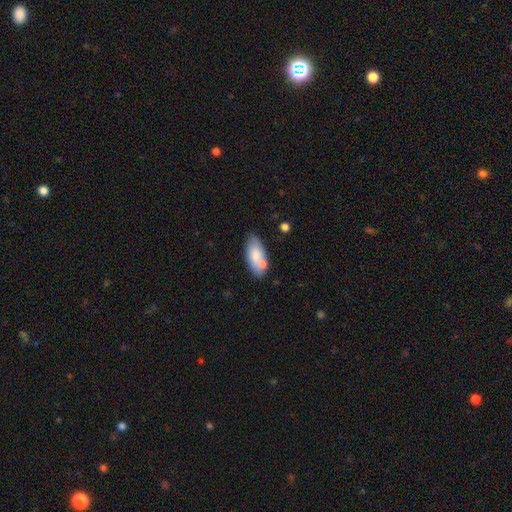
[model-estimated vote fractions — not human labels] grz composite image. It shows a smooth galaxy with no disk features (78%) that is in between round and cigar-shaped (89%). Merging: none (67%).